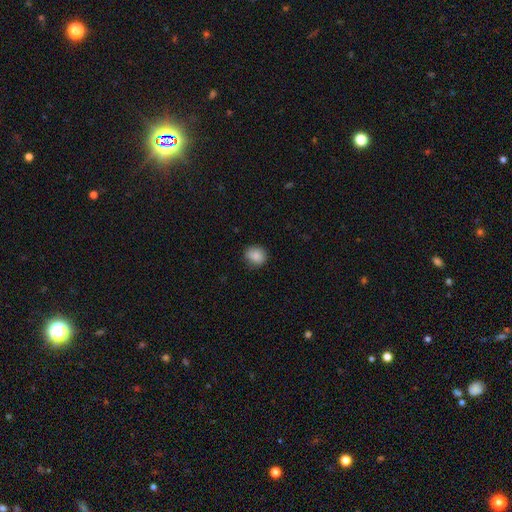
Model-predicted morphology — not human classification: A smooth galaxy with no disk features (88%) that is round (68%).

Vote fractions:
- Smooth or featured? smooth: 88% / star or artifact: 8% / featured or disk: 4%
- How rounded? round: 68% / in between: 31% / cigar-shaped: 1%
- Merging? none: 82% / minor disturbance: 14% / major disturbance: 3% / merger: 1%